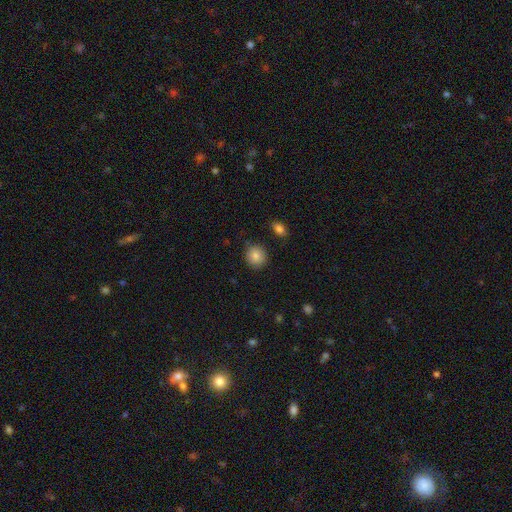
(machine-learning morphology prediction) This is clearly a smooth galaxy (85%). How rounded: clearly round (85%). Merging: clearly none (86%).